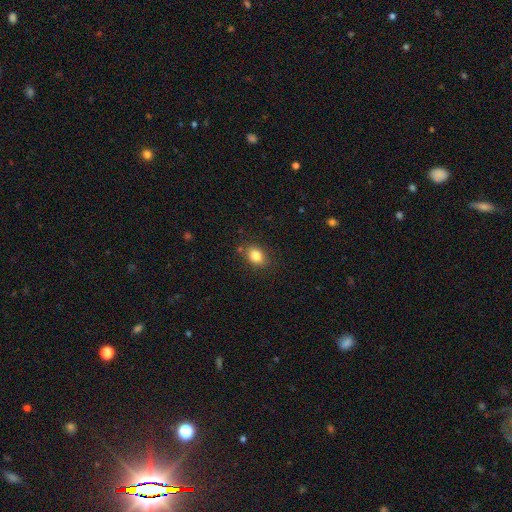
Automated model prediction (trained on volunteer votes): Morphology: type=smooth (83%); roundness=in between (61%); merging=none (80%).